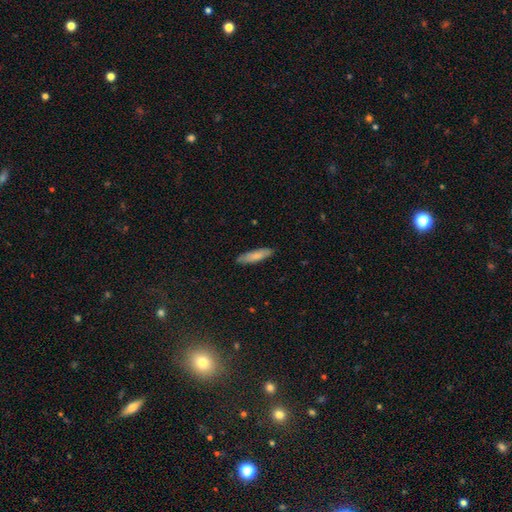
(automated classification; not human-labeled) Overall: smooth (80%). How rounded: cigar-shaped (73%). Merging: none (87%).